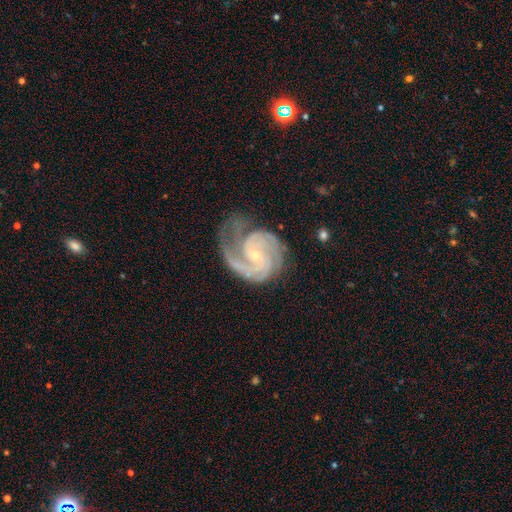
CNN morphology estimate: A featured or disk galaxy (92%) with no bar (57%), 3 (40%) tight (53%) spiral arms (99%) and a small central bulge (81%).

Vote fractions:
- Smooth or featured? featured or disk: 92% / star or artifact: 4% / smooth: 3%
- Edge-on disk? no: 98% / yes: 2%
- Bar? no: 57% / weak: 33% / strong: 10%
- Spiral arms? yes: 99% / no: 1%
- Spiral winding? tight: 53% / medium: 41% / loose: 6%
- Spiral arm count? 3: 40% / 2: 29% / can't tell: 10% / 4: 9% / 1: 6% / more than 4: 6%
- Bulge size? small: 81% / moderate: 14% / none: 2% / large: 1% / dominant: 1%
- Merging? none: 61% / minor disturbance: 24% / major disturbance: 14% / merger: 2%